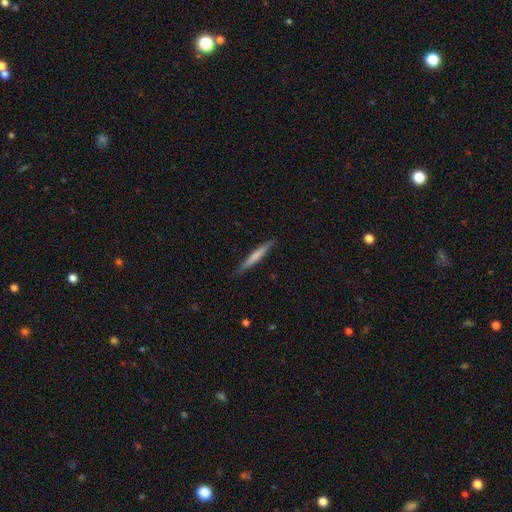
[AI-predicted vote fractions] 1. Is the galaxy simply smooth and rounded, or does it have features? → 61% smooth, 34% featured or disk, 5% star or artifact.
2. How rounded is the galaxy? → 96% cigar-shaped, 3% in between, 1% round.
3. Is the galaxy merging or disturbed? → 89% none, 8% minor disturbance, 2% major disturbance, 1% merger.